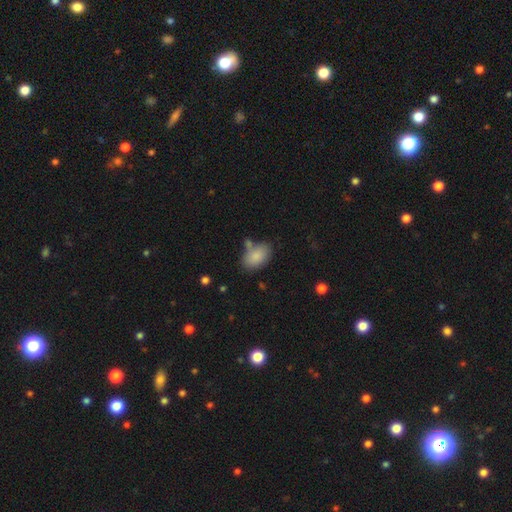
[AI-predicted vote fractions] This is clearly a smooth galaxy (86%). How rounded: clearly in between (91%). Merging: likely none (65%).